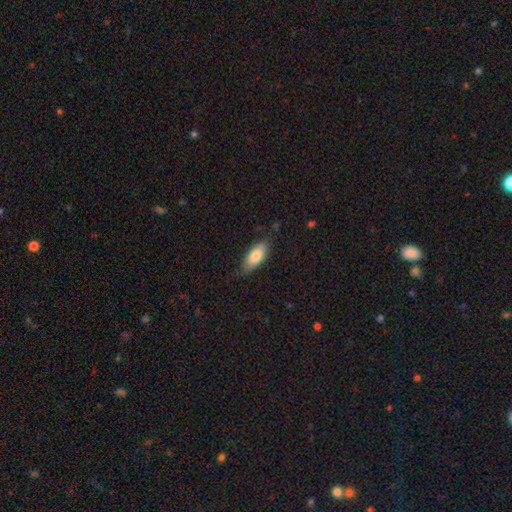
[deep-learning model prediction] Smooth or featured?
  - smooth: 80% *
  - featured or disk: 14%
  - star or artifact: 6%
How rounded?
  - in between: 81% *
  - cigar-shaped: 17%
  - round: 2%
Merging?
  - none: 72% *
  - minor disturbance: 22%
  - major disturbance: 4%
  - merger: 1%